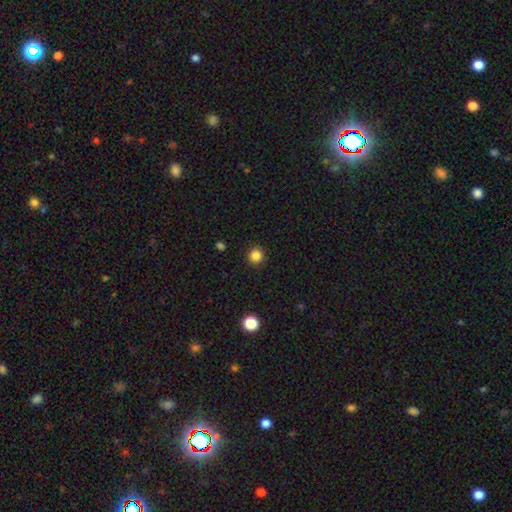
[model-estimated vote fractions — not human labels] This is clearly a smooth galaxy (85%). How rounded: clearly round (94%). Merging: clearly none (91%).